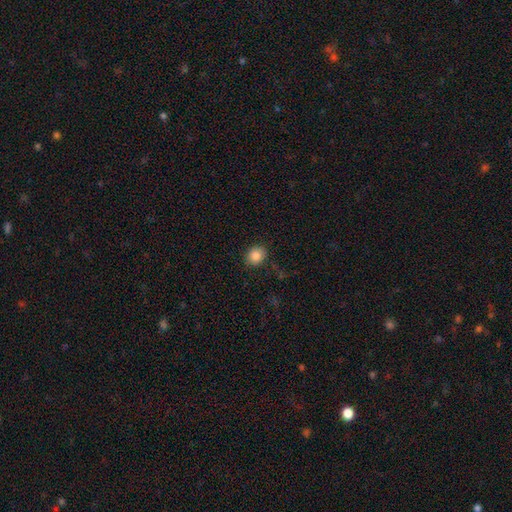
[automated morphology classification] Overall: smooth (85%). How rounded: round (65%; in between 34%). Merging: none (87%).